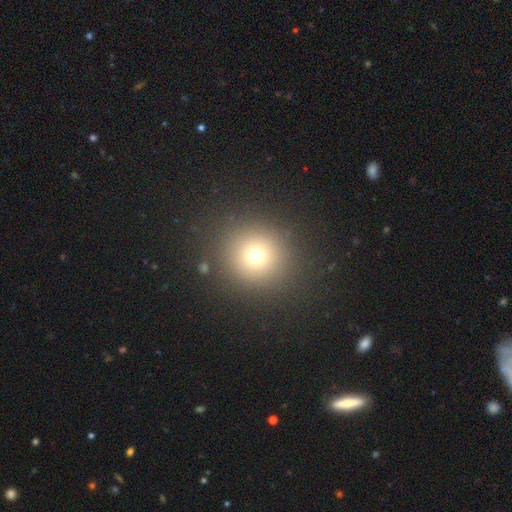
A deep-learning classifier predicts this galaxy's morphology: The model was most divided on "smooth or featured": smooth: 71%, star or artifact: 19%, featured or disk: 10%. More confident: how rounded — round (93%); merging — none (89%).